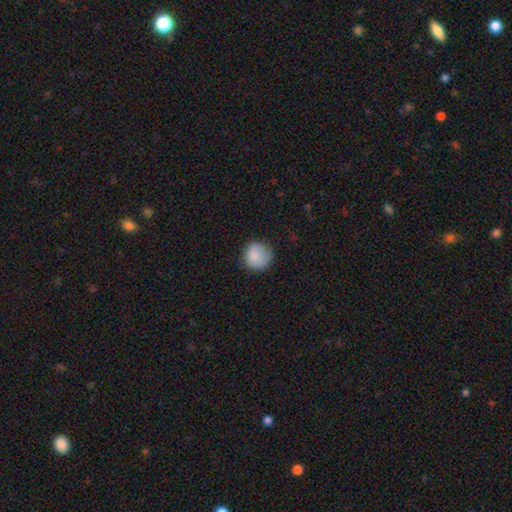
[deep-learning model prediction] This appears to be a smooth galaxy with no disk features (86%) that is round (91%). Merging: none (78%).